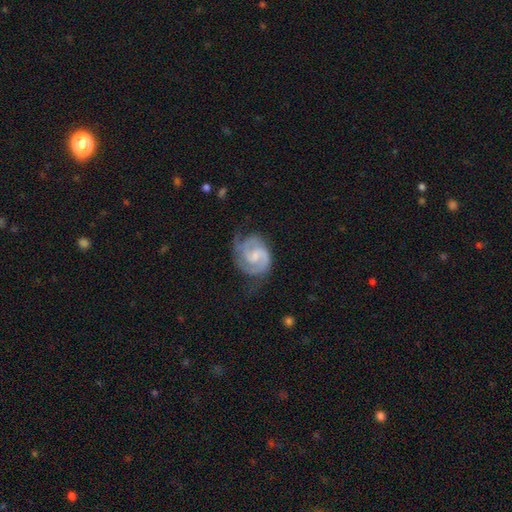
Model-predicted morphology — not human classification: type=featured or disk (85%); edge-on=no (98%); bar=weak (51%); spiral arms=yes (97%); winding=medium (47%); arm count=2 (72%); bulge=small (43%); merging=none (58%).